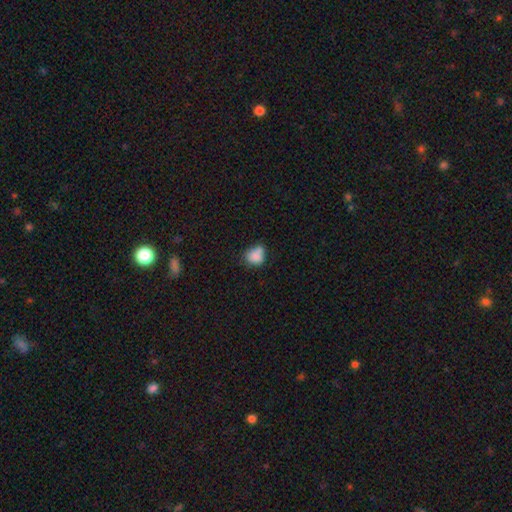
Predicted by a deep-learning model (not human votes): Smooth or featured? smooth (82%)
How rounded? round (55%)
Merging? none (46%)